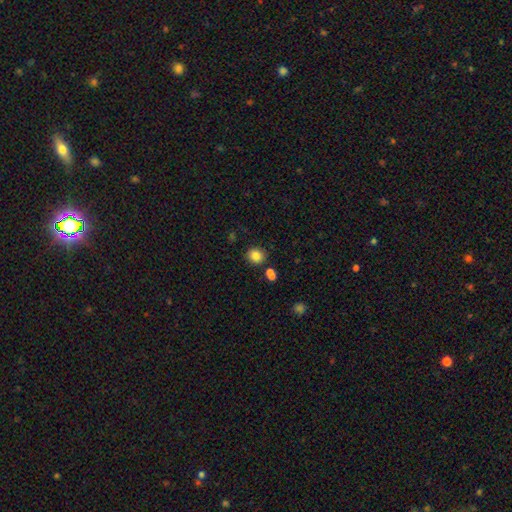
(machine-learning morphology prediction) smooth_or_featured: smooth (p=0.84) [alt: star or artifact p=0.10]
how_rounded: round (p=0.76) [alt: in between p=0.23]
merging: none (p=0.81) [alt: minor disturbance p=0.10]